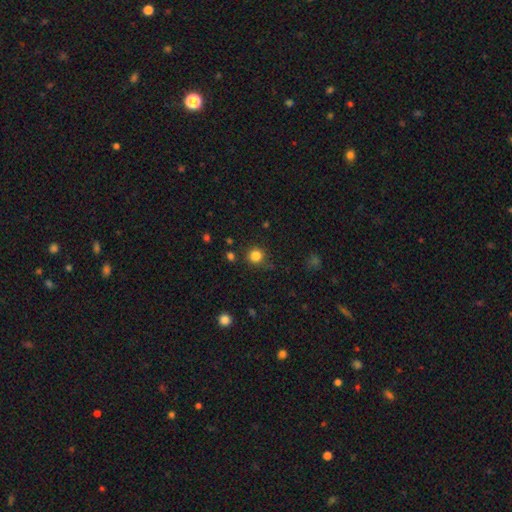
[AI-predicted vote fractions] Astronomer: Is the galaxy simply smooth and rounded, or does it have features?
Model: smooth — 83%.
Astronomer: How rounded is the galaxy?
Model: round — 92%.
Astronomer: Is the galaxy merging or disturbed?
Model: none — 84%.